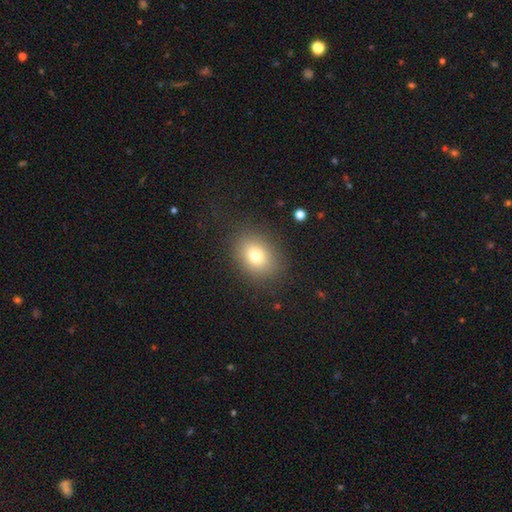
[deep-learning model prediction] This appears to be a smooth galaxy with no disk features (76%) that is in between round and cigar-shaped (55%). Merging: none (85%).